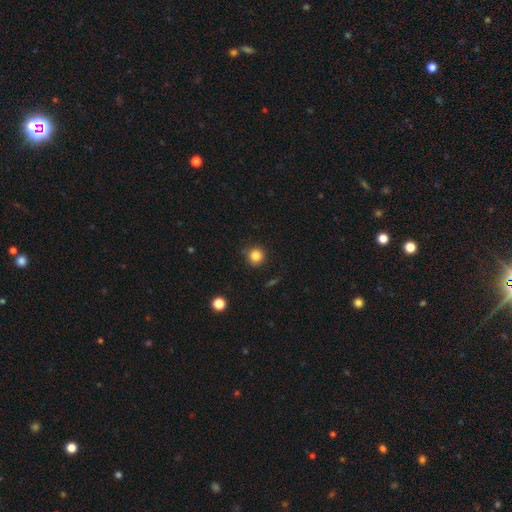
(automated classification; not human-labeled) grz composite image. It shows a smooth galaxy with no disk features (84%) that is round (93%). Merging: none (87%).